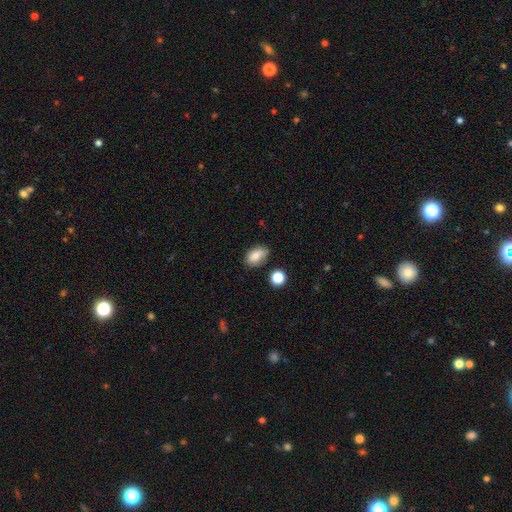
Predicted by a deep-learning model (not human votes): smooth-or-featured: smooth: 82% | star or artifact: 9% | featured or disk: 8%
  how-rounded: in between: 87% | round: 12% | cigar-shaped: 2%
  merging: none: 69% | minor disturbance: 22% | major disturbance: 5% | merger: 4%